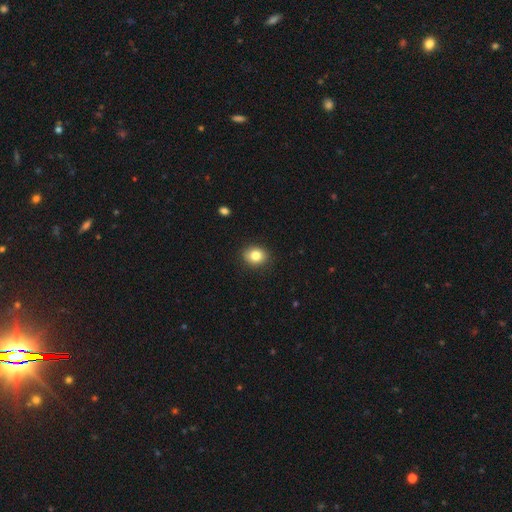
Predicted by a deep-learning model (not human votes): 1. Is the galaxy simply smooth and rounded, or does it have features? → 82% smooth, 10% star or artifact, 8% featured or disk.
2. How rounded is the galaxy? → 60% round, 39% in between, 1% cigar-shaped.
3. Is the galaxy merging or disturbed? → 88% none, 9% minor disturbance, 2% major disturbance, 1% merger.